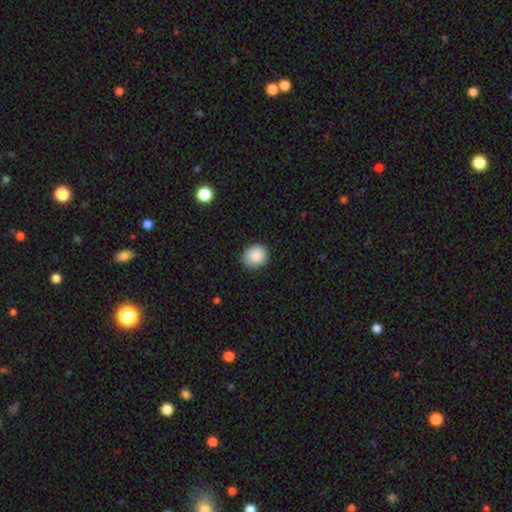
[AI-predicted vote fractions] Q: Smooth or featured?
A: smooth (89%); runner-up: star or artifact (8%)
Q: How rounded?
A: round (78%); runner-up: in between (22%)
Q: Merging?
A: none (87%); runner-up: minor disturbance (10%)